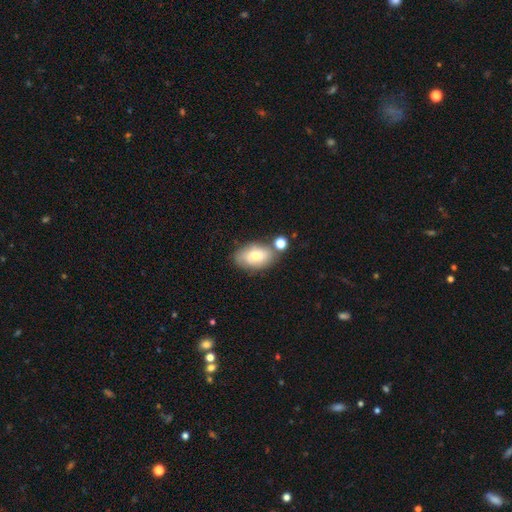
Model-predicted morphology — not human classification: Smooth or featured: smooth — 63% (featured or disk — 28%)
How rounded: in between — 88% (round — 10%)
Merging: none — 59% (minor disturbance — 19%)